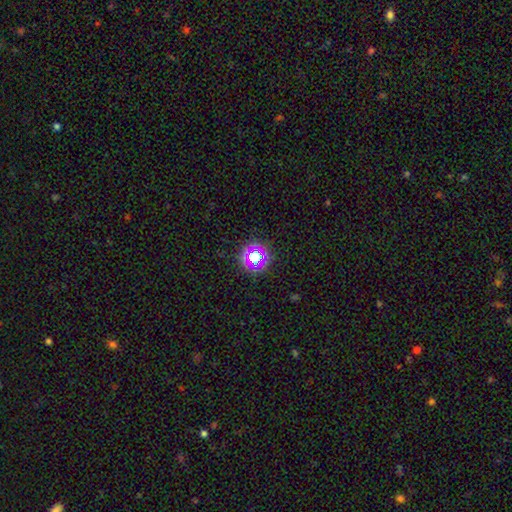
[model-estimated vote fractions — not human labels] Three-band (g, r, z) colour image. It shows a star or artifact, not a galaxy (62%).